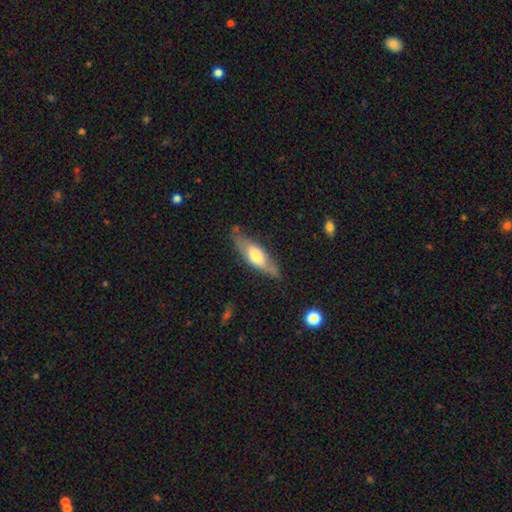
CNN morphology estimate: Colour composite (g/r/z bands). It shows a smooth galaxy with no disk features (53%) that is cigar-shaped (52%). Merging: none (76%).